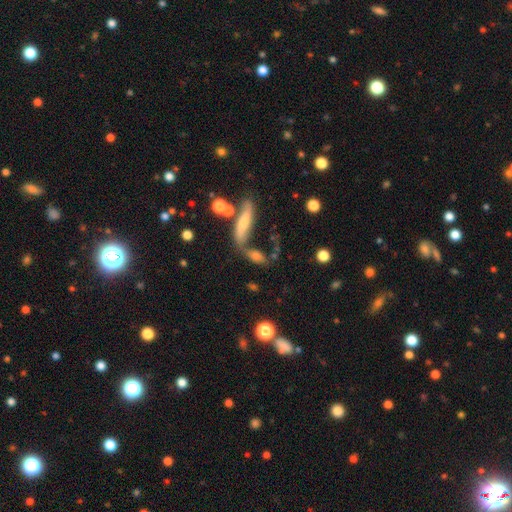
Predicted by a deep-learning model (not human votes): This is likely a smooth galaxy (64%). How rounded: likely in between (61%). Merging: marginally none (39%).